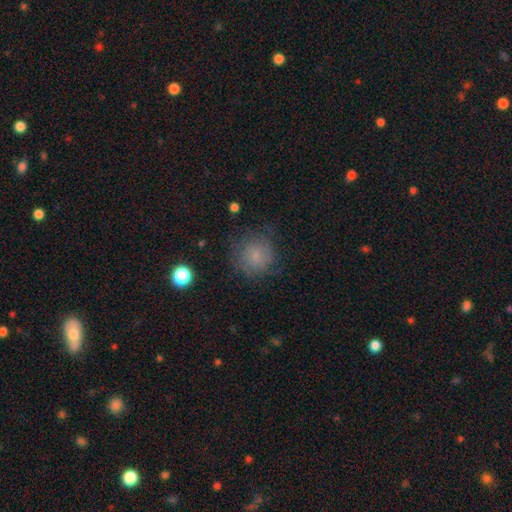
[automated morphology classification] smooth_or_featured: smooth (p=0.71) [alt: featured or disk p=0.17]
how_rounded: round (p=0.91) [alt: in between p=0.08]
merging: none (p=0.71) [alt: minor disturbance p=0.18]